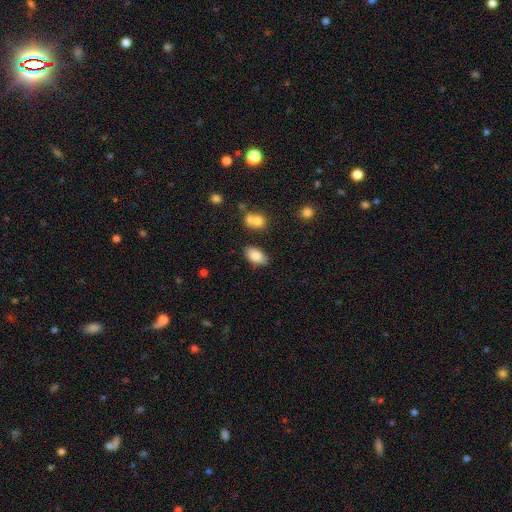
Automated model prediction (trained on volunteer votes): smooth 83%, featured or disk 9%, star or artifact 8%. Down the decision tree: how rounded — in between (93%); merging — none (79%).